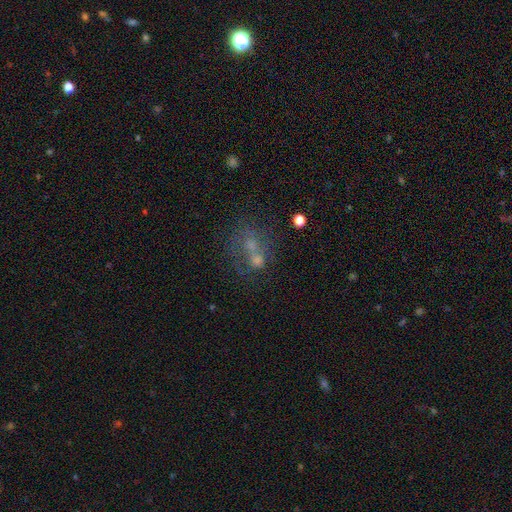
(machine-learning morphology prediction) Smooth or featured?
  - smooth: 43% *
  - featured or disk: 32%
  - star or artifact: 24%
Merging?
  - merger: 48% *
  - none: 31%
  - major disturbance: 11%
  - minor disturbance: 10%